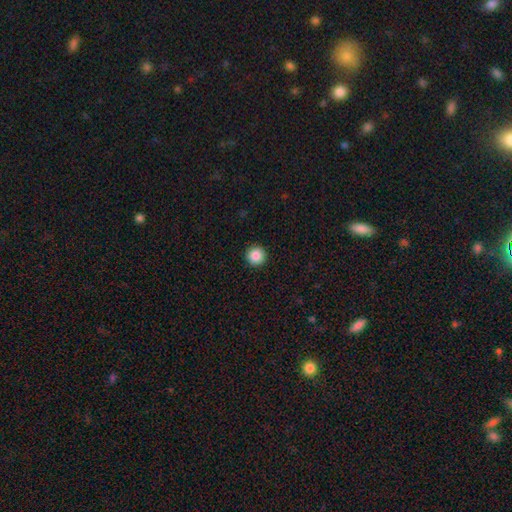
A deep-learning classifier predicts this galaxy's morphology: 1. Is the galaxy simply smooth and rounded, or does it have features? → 87% smooth, 9% star or artifact, 4% featured or disk.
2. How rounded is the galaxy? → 96% round, 3% in between, 1% cigar-shaped.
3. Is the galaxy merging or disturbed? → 93% none, 4% minor disturbance, 1% major disturbance, 1% merger.